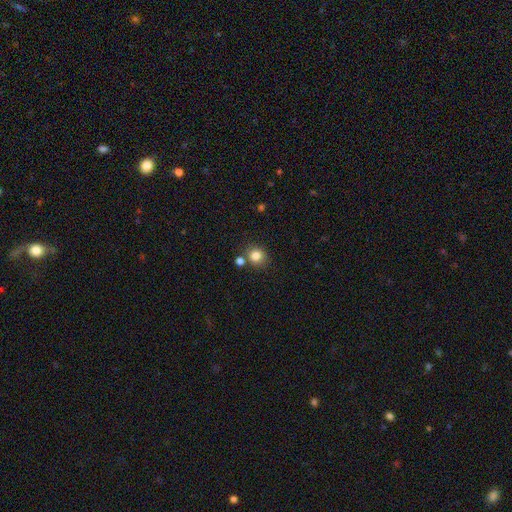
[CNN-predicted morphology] Smooth or featured?
  - smooth: 82% *
  - star or artifact: 12%
  - featured or disk: 6%
How rounded?
  - round: 84% *
  - in between: 15%
  - cigar-shaped: 1%
Merging?
  - none: 76% *
  - merger: 11%
  - minor disturbance: 9%
  - major disturbance: 3%